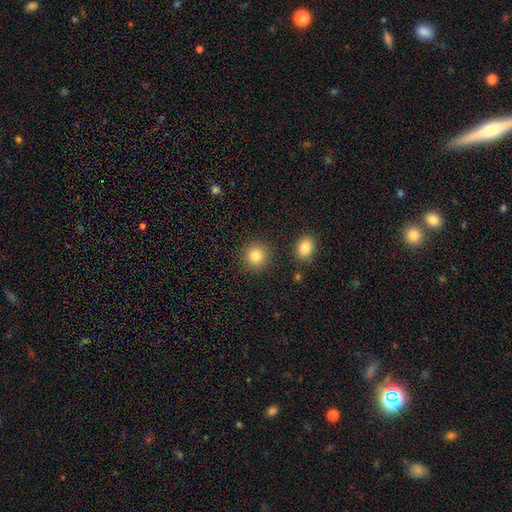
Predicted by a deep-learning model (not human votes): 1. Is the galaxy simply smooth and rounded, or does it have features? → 84% smooth, 10% star or artifact, 6% featured or disk.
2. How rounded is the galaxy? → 90% round, 9% in between, 1% cigar-shaped.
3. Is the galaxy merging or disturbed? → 87% none, 7% minor disturbance, 3% merger, 3% major disturbance.